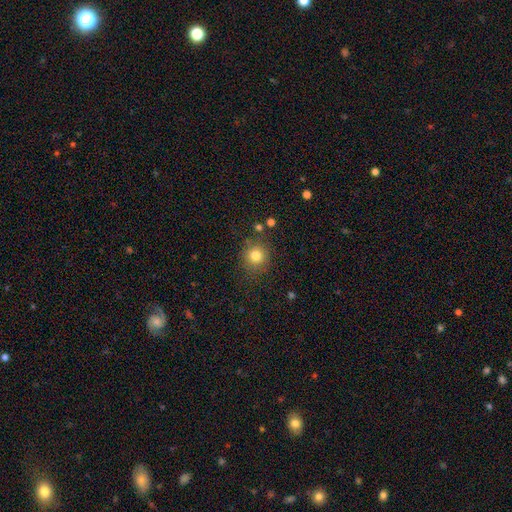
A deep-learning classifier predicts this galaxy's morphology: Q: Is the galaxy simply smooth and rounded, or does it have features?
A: smooth — 80%.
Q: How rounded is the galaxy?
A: round — 89%.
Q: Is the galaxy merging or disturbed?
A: none — 82%.